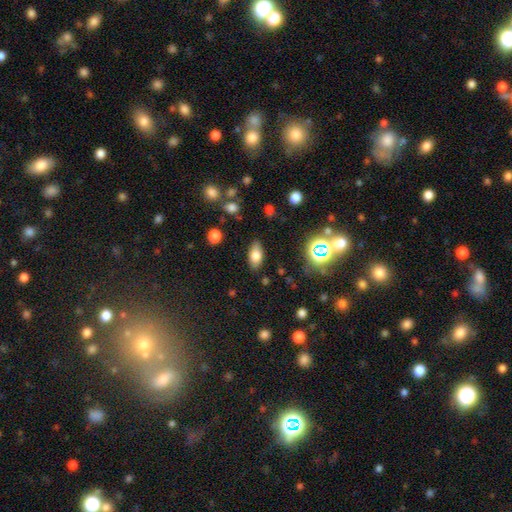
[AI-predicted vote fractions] This is likely a smooth galaxy (74%). How rounded: clearly in between (89%). Merging: clearly none (84%).